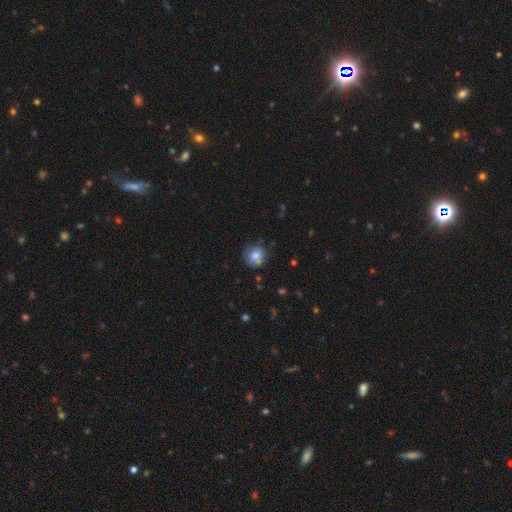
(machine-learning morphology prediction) Smooth or featured? smooth (72%)
How rounded? round (85%)
Merging? none (65%)